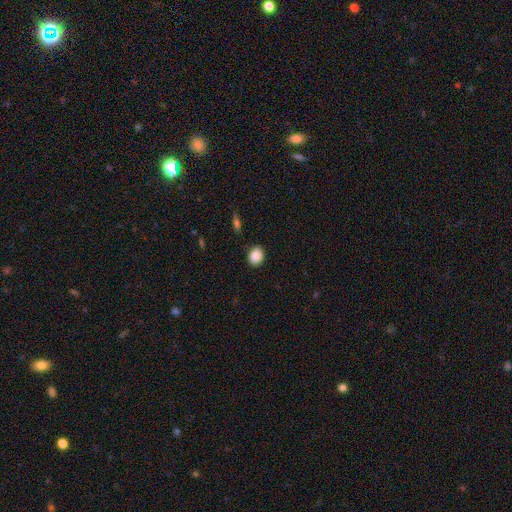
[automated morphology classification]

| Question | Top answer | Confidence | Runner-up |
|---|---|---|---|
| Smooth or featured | smooth | 88% | star or artifact (8%) |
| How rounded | round | 52% | in between (47%) |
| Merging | none | 88% | minor disturbance (8%) |